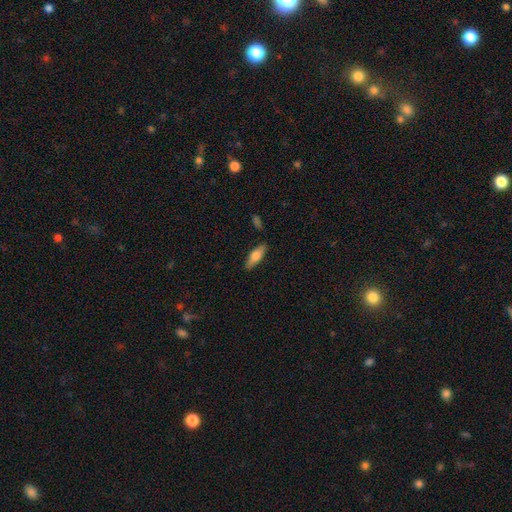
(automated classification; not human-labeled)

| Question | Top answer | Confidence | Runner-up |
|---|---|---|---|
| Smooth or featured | smooth | 67% | featured or disk (26%) |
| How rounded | in between | 58% | cigar-shaped (39%) |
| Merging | none | 86% | minor disturbance (10%) |